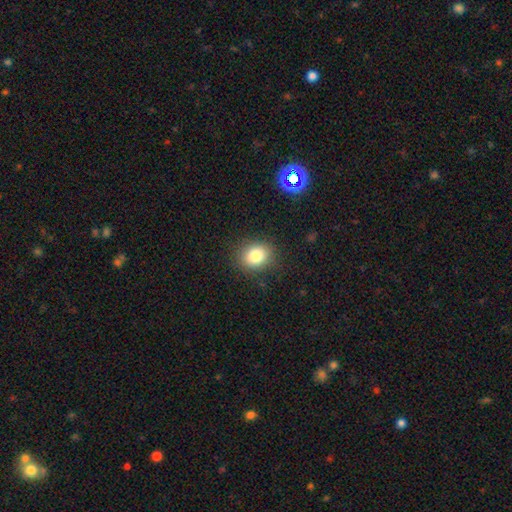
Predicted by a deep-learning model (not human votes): Smooth or featured? smooth (82%)
How rounded? round (64%)
Merging? none (87%)